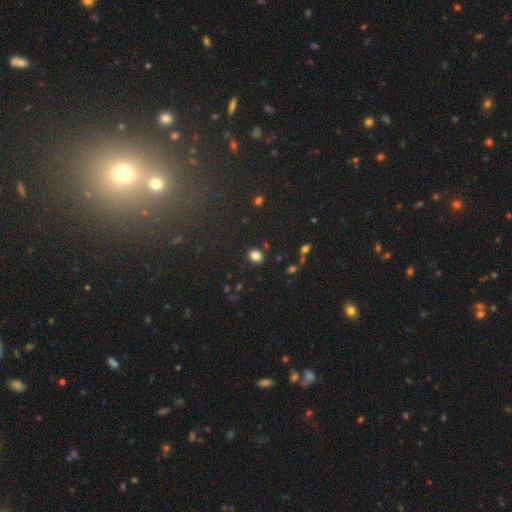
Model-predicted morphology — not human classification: Smooth or featured? Predicted: smooth (p=0.84). How rounded? Predicted: round (p=0.65). Merging? Predicted: none (p=0.88).